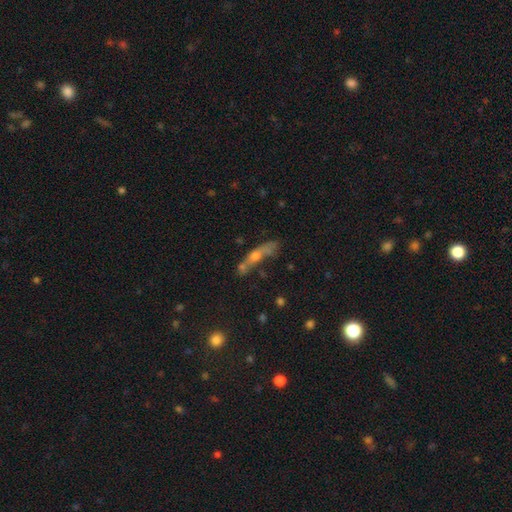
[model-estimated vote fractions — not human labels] A smooth galaxy with no disk features (45%).

Vote fractions:
- Smooth or featured? smooth: 45% / featured or disk: 44% / star or artifact: 11%
- Merging? none: 42% / merger: 22% / minor disturbance: 21% / major disturbance: 15%